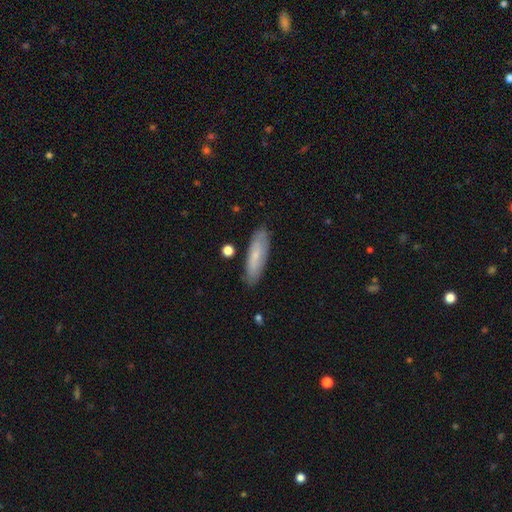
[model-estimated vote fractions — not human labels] Smooth or featured? Predicted: smooth (p=0.63). How rounded? Predicted: cigar-shaped (p=0.57). Merging? Predicted: none (p=0.84).